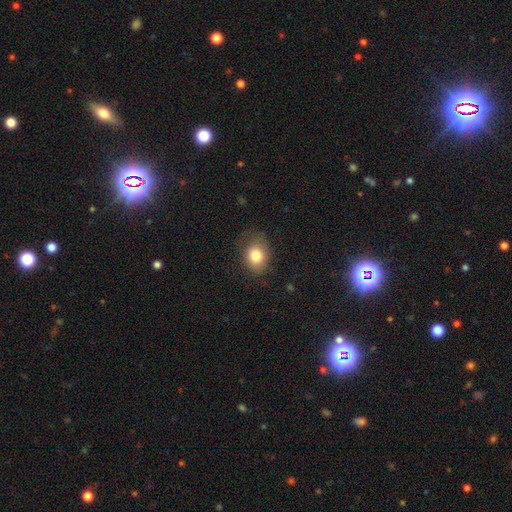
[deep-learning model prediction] The model was most divided on "how rounded": in between: 53%, round: 46%, cigar-shaped: 1%. More confident: smooth or featured — smooth (79%); merging — none (72%).